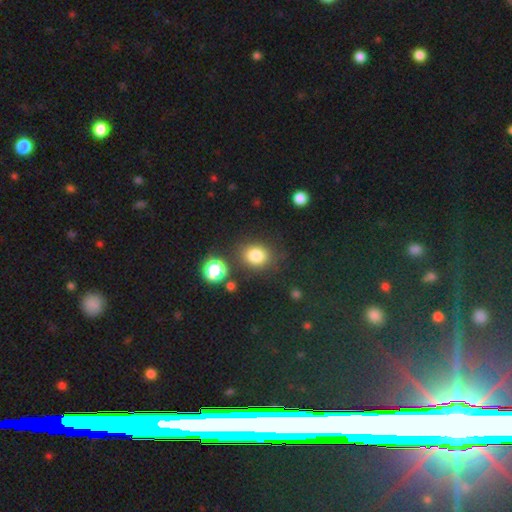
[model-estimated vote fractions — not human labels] Overall: smooth (80%). How rounded: round (65%; in between 34%). Merging: none (77%).